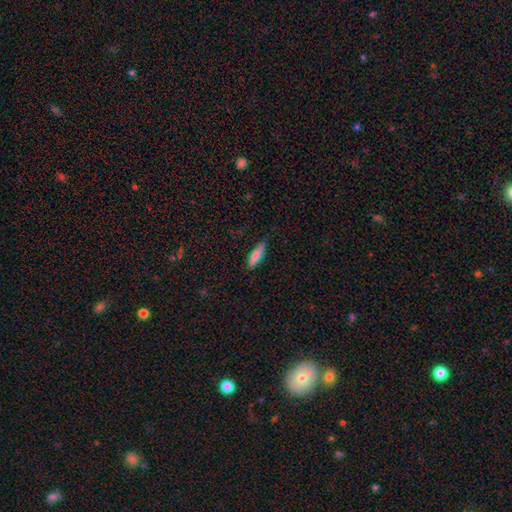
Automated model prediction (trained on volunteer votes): Smooth or featured? Predicted: smooth (p=0.78). How rounded? Predicted: cigar-shaped (p=0.66). Merging? Predicted: none (p=0.82).